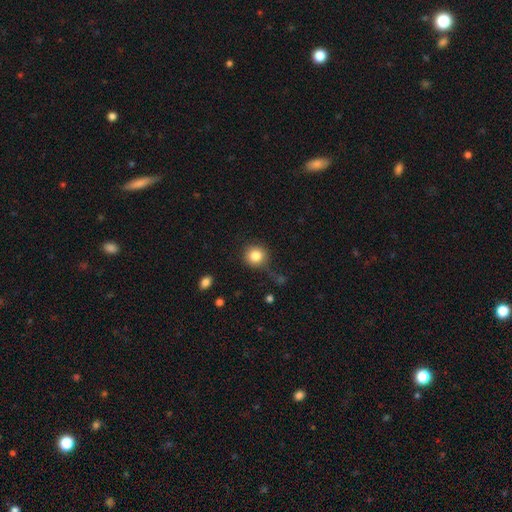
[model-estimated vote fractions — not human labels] Smooth or featured? smooth (83%)
How rounded? round (91%)
Merging? none (71%)